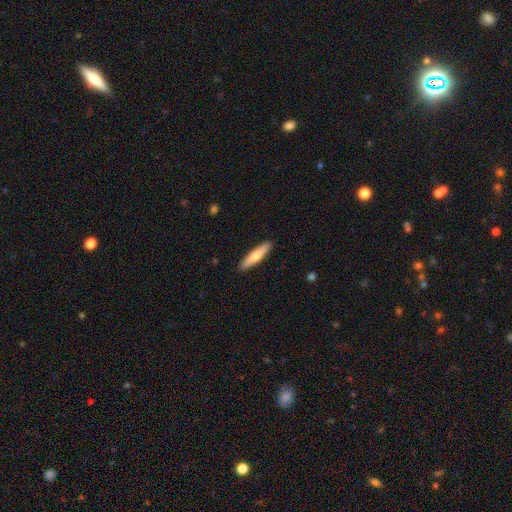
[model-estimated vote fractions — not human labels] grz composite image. It shows a smooth galaxy with no disk features (68%) that is cigar-shaped (82%). Merging: none (91%).